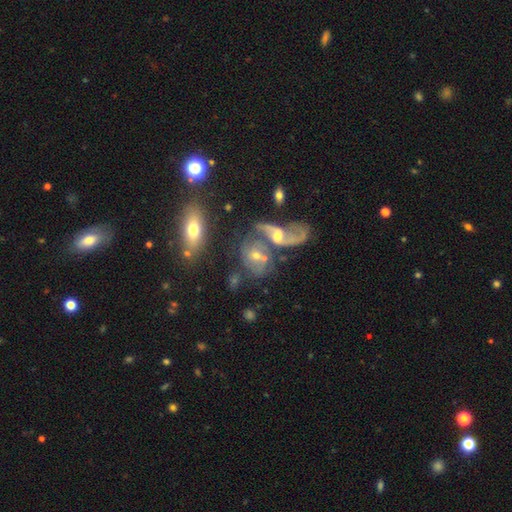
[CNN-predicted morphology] This is likely a featured or disk galaxy (62%). It is clearly not viewed edge-on (95%). Bar: possibly no (59%). Spiral arm pattern: likely yes (78%). Central bulge: possibly moderate (52%). Merging: possibly merger (48%).